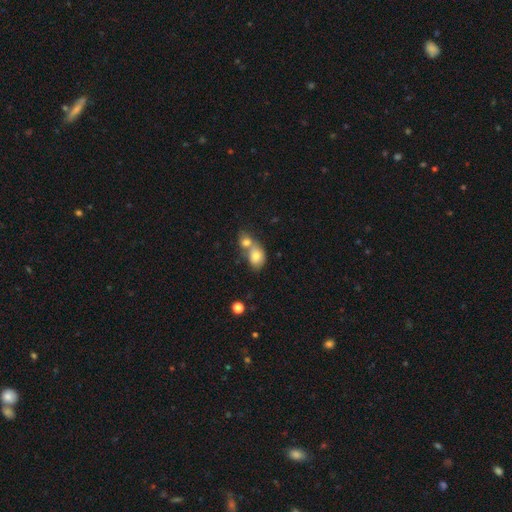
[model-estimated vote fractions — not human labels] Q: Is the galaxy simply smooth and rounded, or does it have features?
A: smooth — 76%.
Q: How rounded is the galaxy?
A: in between — 61%.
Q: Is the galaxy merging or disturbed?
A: merger — 63%.